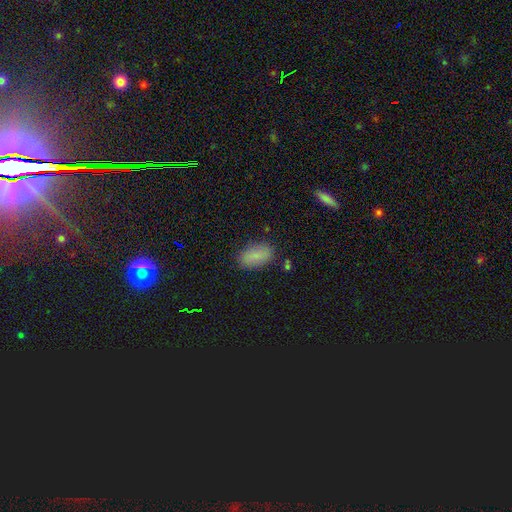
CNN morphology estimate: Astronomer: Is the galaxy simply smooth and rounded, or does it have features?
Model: smooth — 85%.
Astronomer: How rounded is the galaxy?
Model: in between — 92%.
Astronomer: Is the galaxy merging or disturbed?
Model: none — 83%.